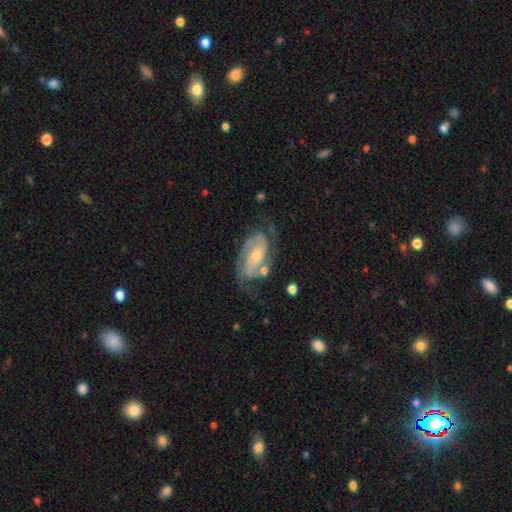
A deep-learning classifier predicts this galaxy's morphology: smooth_or_featured: featured or disk (p=0.86) [alt: smooth p=0.09]
disk_edge_on: no (p=0.96) [alt: yes p=0.04]
bar: no (p=0.46) [alt: weak p=0.37]
has_spiral_arms: yes (p=0.96) [alt: no p=0.04]
spiral_winding: tight (p=0.44) [alt: medium p=0.43]
spiral_arm_count: 2 (p=0.77) [alt: can't tell p=0.09]
bulge_size: small (p=0.51) [alt: moderate p=0.44]
merging: none (p=0.63) [alt: minor disturbance p=0.20]